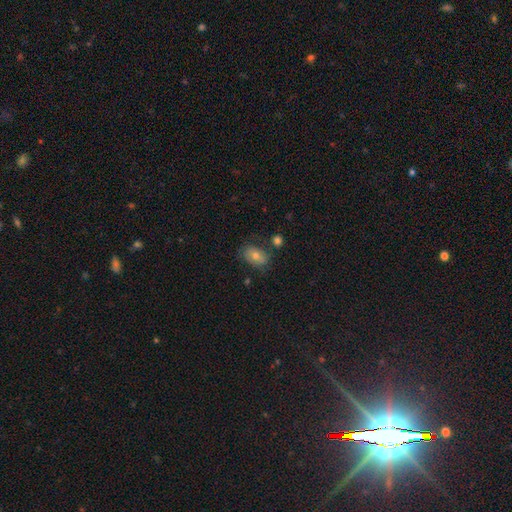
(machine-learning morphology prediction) The model was most divided on "smooth or featured": smooth: 62%, featured or disk: 26%, star or artifact: 12%. More confident: how rounded — in between (82%); merging — none (71%).